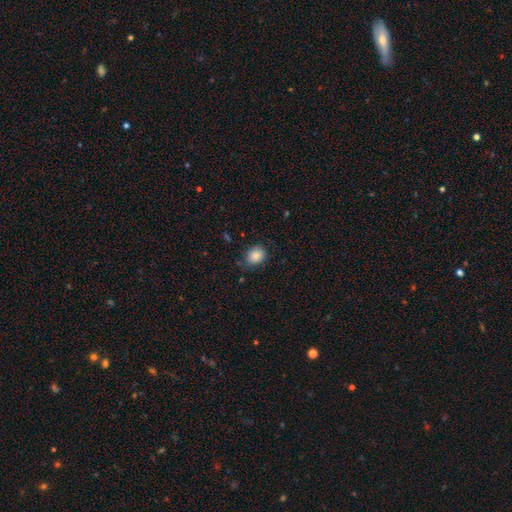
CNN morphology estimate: smooth 85%, star or artifact 9%, featured or disk 6%. Down the decision tree: how rounded — round (55%); merging — none (77%).